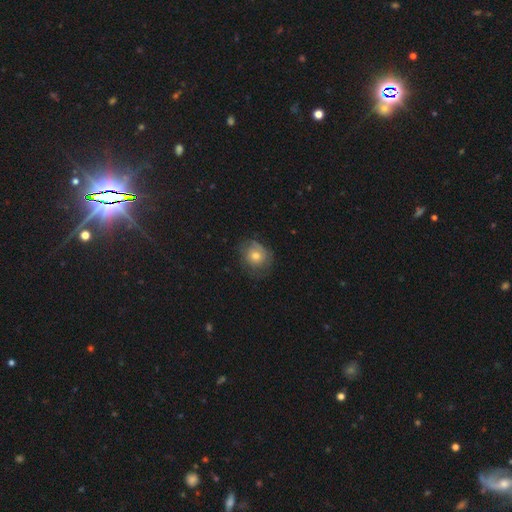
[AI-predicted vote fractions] A smooth galaxy with no disk features (58%) that is round (72%).

Vote fractions:
- Smooth or featured? smooth: 58% / featured or disk: 31% / star or artifact: 10%
- How rounded? round: 72% / in between: 27% / cigar-shaped: 1%
- Merging? none: 65% / minor disturbance: 24% / major disturbance: 10% / merger: 1%